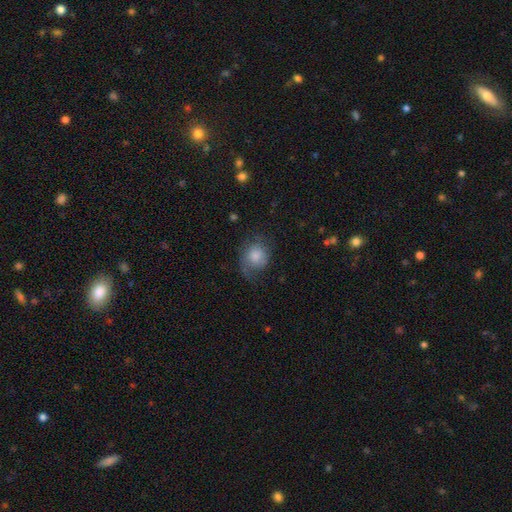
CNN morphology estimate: The model was most divided on "merging": none: 50%, minor disturbance: 29%, major disturbance: 19%, merger: 2%. More confident: smooth or featured — smooth (71%); how rounded — round (67%).